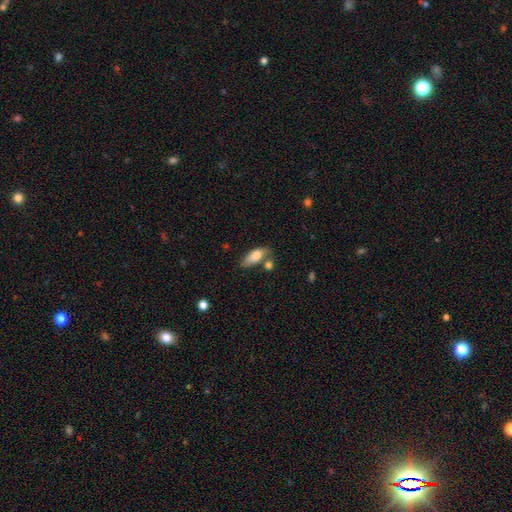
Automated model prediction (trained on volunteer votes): Overall: smooth (79%). How rounded: in between (79%). Merging: none (52%; minor disturbance 24%).